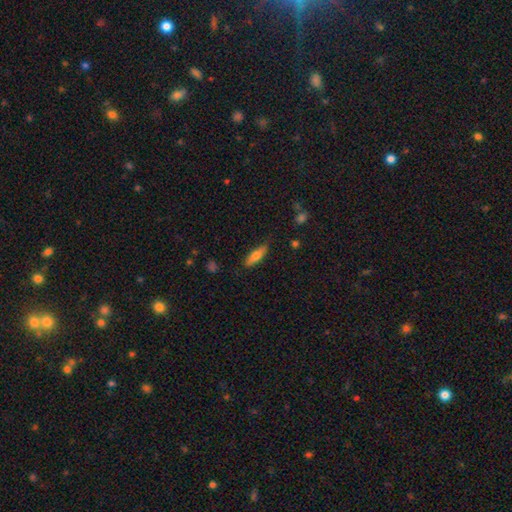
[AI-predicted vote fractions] Morphology: type=smooth (71%); roundness=cigar-shaped (56%); merging=none (83%).